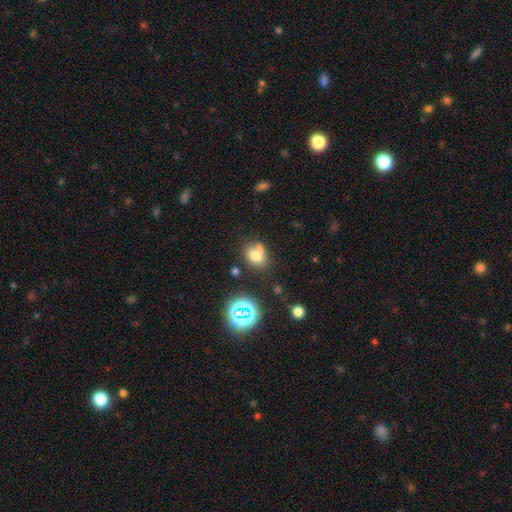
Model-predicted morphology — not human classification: This appears to be a smooth galaxy with no disk features (65%) that is in between round and cigar-shaped (52%). Merging: none (45%).